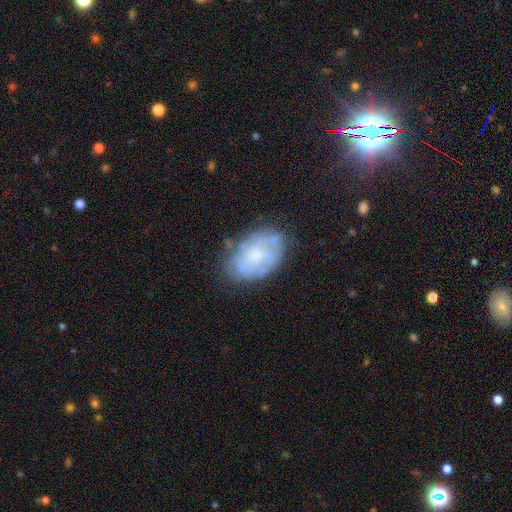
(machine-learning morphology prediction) Smooth or featured? Predicted: featured or disk (p=0.55). Edge-on disk? Predicted: no (p=0.96). Bar? Predicted: no (p=0.77). Spiral arms? Predicted: yes (p=0.51). Bulge size? Predicted: small (p=0.44). Merging? Predicted: none (p=0.64).